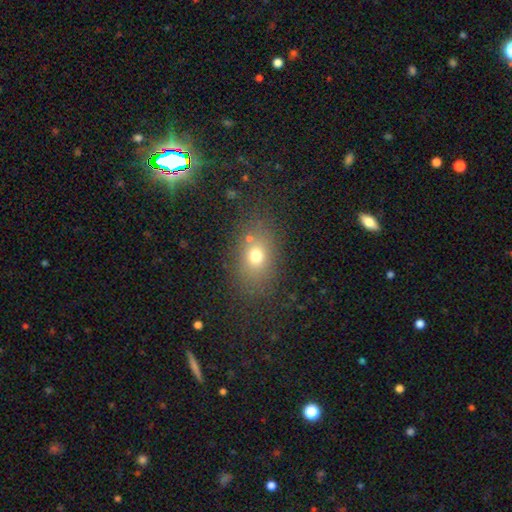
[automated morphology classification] type=smooth (70%); roundness=in between (65%); merging=none (76%).